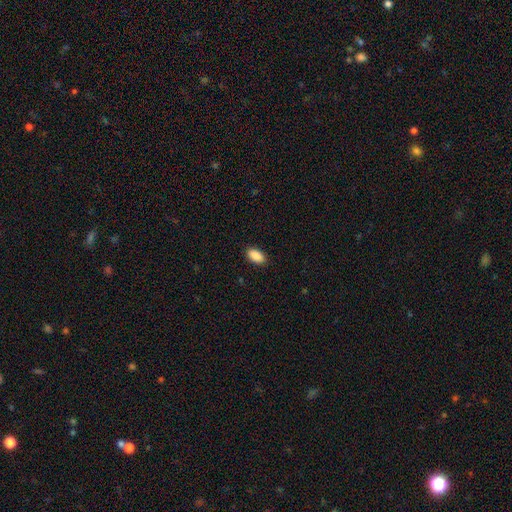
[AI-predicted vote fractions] Overall: smooth (90%). How rounded: in between (94%). Merging: none (89%).